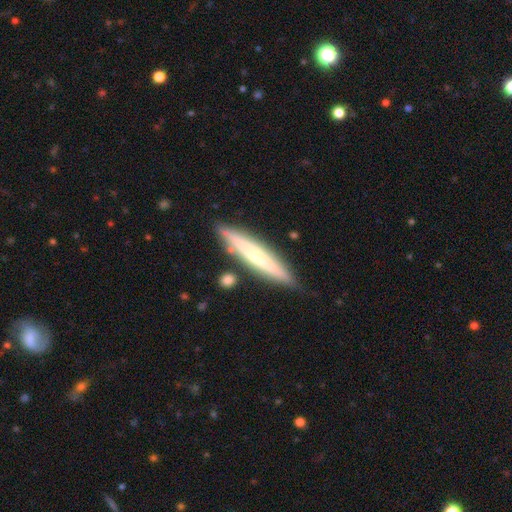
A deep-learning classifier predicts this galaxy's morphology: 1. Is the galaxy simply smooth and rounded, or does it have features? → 51% featured or disk, 43% smooth, 6% star or artifact.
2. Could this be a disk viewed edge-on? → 90% yes, 10% no.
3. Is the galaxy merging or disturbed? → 82% none, 12% minor disturbance, 4% merger, 2% major disturbance.